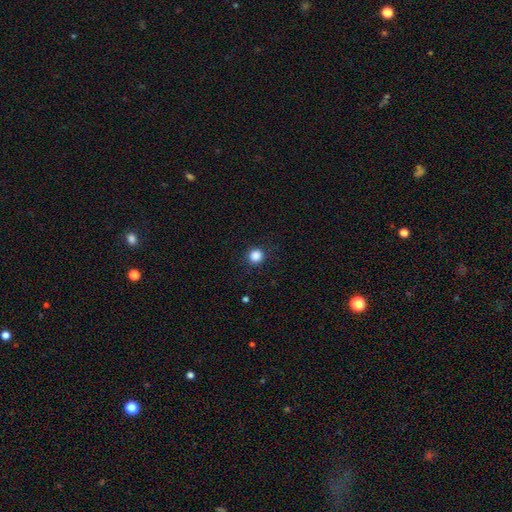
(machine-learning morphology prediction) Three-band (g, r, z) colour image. It shows a smooth galaxy with no disk features (86%) that is round (92%). Merging: none (88%).